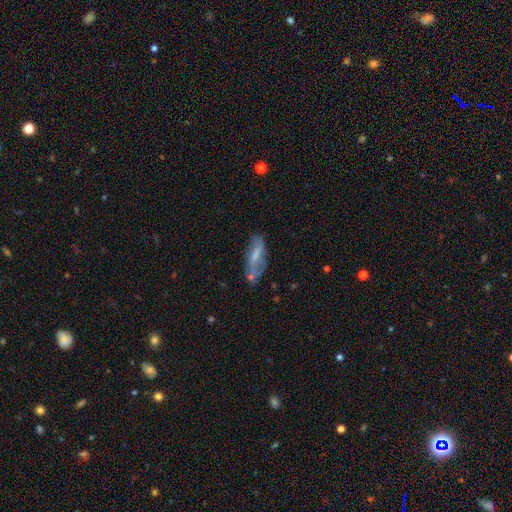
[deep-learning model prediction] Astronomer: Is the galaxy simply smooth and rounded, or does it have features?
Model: featured or disk — 51% (runner-up: smooth, 41%).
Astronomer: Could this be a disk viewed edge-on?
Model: no — 81%.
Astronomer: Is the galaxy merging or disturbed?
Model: none — 50% (runner-up: minor disturbance, 26%).